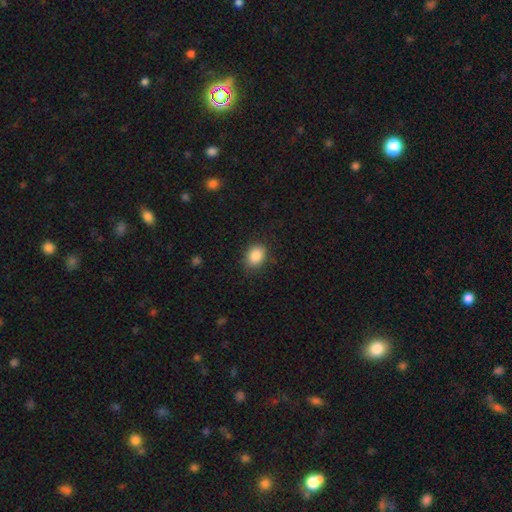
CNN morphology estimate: Smooth or featured? smooth (87%)
How rounded? in between (58%)
Merging? none (84%)